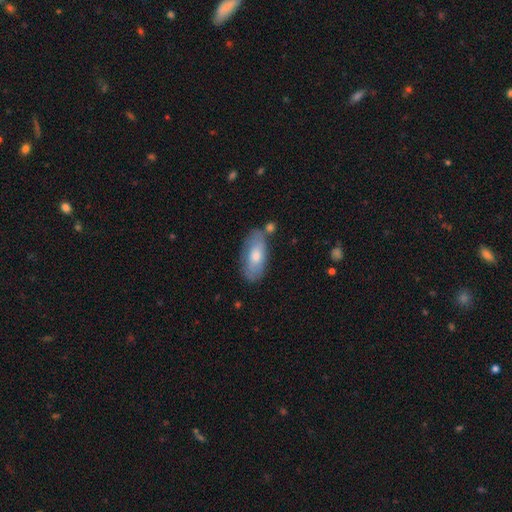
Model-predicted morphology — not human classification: The model was most divided on "smooth or featured": smooth: 63%, featured or disk: 30%, star or artifact: 6%. More confident: how rounded — in between (84%); merging — none (72%).